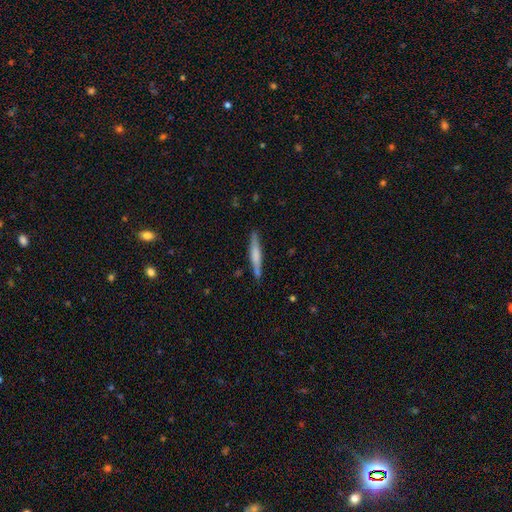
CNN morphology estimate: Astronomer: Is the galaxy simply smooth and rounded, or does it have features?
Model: smooth — 54% (runner-up: featured or disk, 41%).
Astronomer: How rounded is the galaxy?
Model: cigar-shaped — 94%.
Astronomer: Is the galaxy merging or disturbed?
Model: none — 85%.